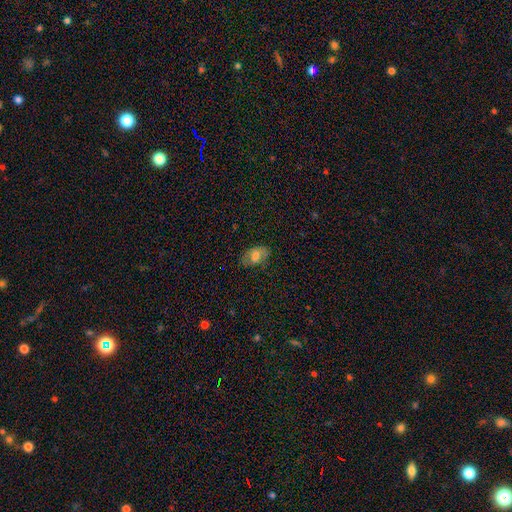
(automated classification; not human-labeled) This appears to be a smooth galaxy with no disk features (69%) that is in between round and cigar-shaped (89%). Merging: none (72%).